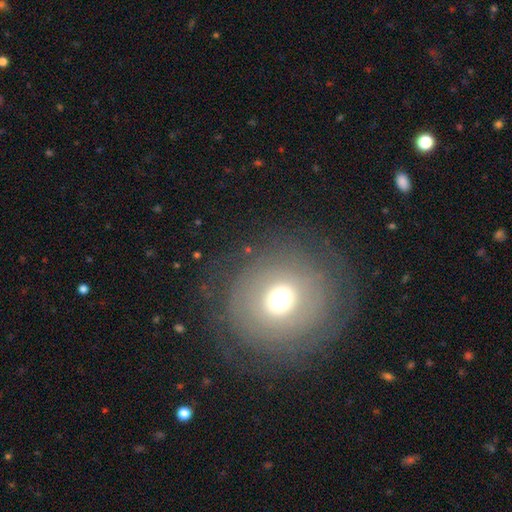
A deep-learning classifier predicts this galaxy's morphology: A smooth galaxy with no disk features (46%). Merging: none (86%).